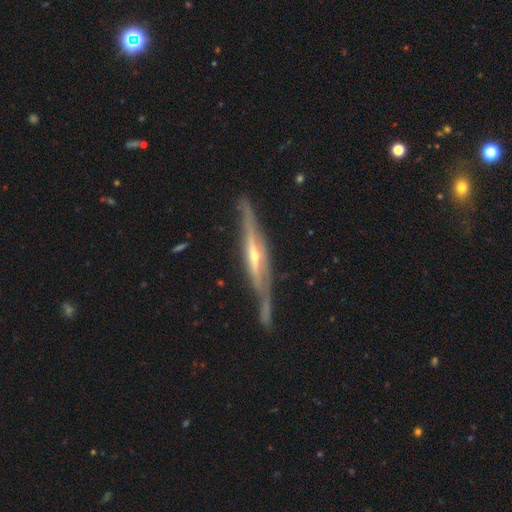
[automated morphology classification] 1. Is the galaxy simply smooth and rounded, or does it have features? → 85% featured or disk, 9% smooth, 5% star or artifact.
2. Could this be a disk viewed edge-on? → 92% yes, 8% no.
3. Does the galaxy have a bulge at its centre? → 74% rounded, 15% none, 10% boxy.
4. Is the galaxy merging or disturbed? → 72% none, 19% minor disturbance, 6% major disturbance, 3% merger.